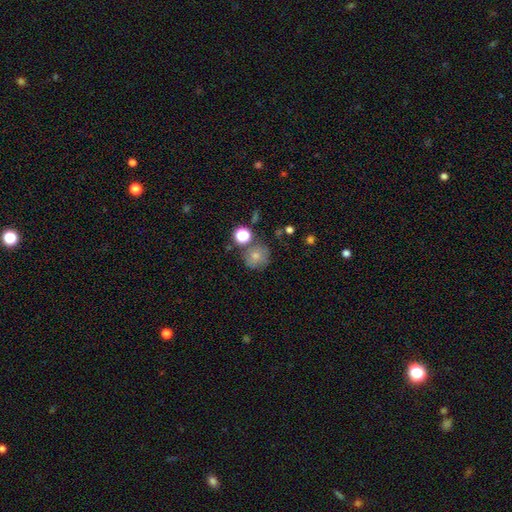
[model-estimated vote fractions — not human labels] Morphology: type=smooth (72%); roundness=round (89%); merging=none (66%).